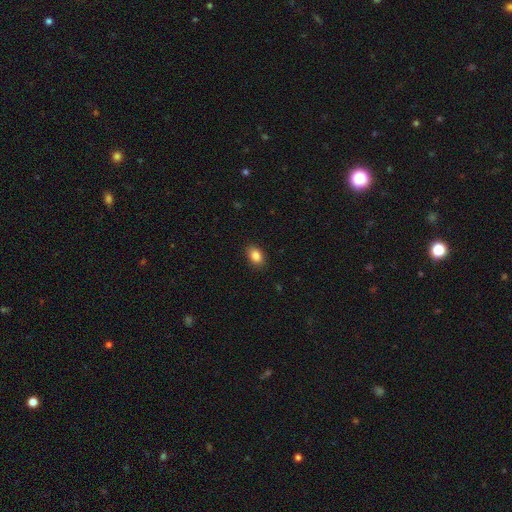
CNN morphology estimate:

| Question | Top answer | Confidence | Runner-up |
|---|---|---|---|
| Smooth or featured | smooth | 86% | star or artifact (9%) |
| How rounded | in between | 80% | round (19%) |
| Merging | none | 88% | minor disturbance (9%) |